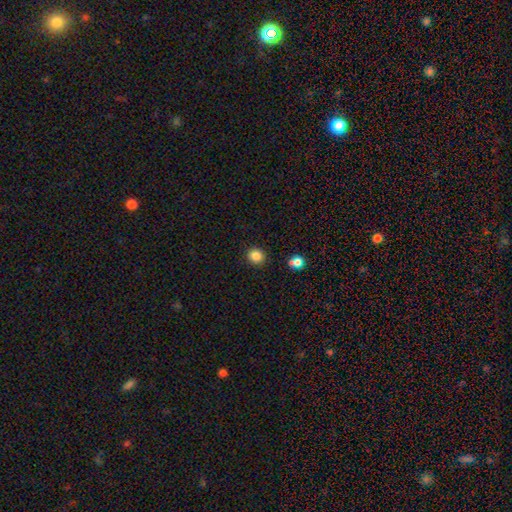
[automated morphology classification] smooth 84%, star or artifact 12%, featured or disk 4%. Down the decision tree: how rounded — round (88%); merging — none (90%).